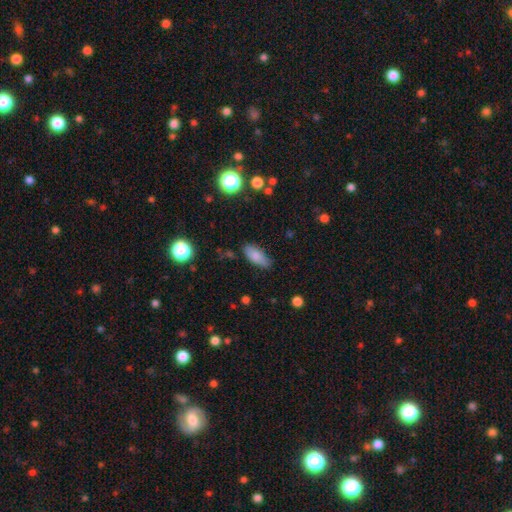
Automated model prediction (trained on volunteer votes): This is clearly a smooth galaxy (83%). How rounded: clearly in between (83%). Merging: likely none (77%).